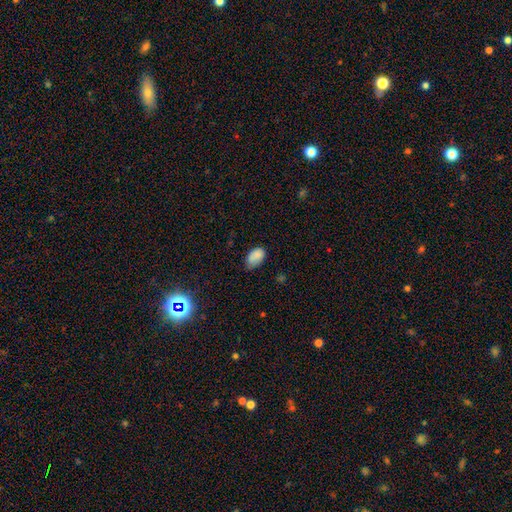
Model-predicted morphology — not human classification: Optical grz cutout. It shows a smooth galaxy with no disk features (82%) that is in between round and cigar-shaped (90%). Merging: none (58%).